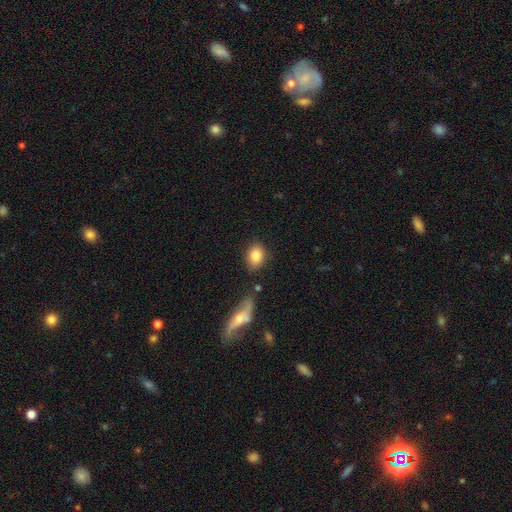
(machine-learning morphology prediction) type=smooth (83%); roundness=in between (68%); merging=none (77%).